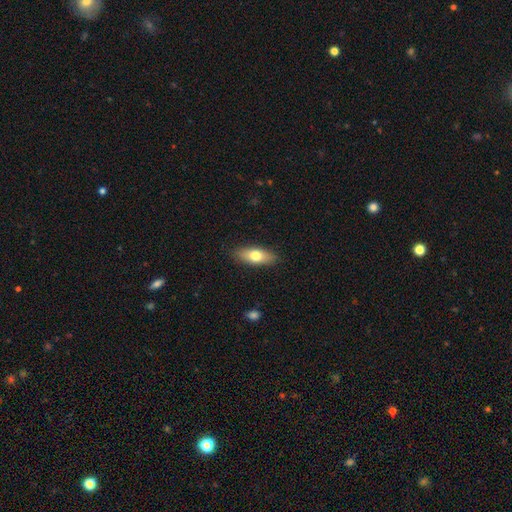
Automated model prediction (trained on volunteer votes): This appears to be a smooth galaxy with no disk features (71%) that is in between round and cigar-shaped (71%). Merging: none (88%).